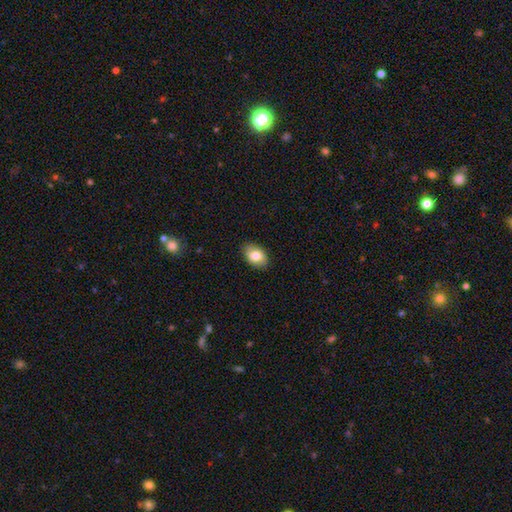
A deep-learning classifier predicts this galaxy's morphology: Smooth or featured? smooth (81%)
How rounded? in between (85%)
Merging? none (87%)